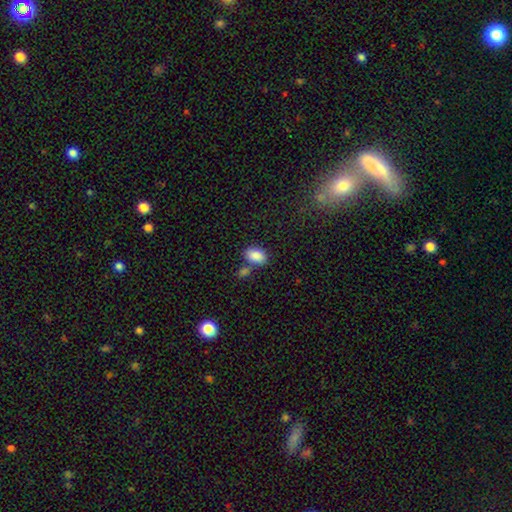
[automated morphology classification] A smooth galaxy with no disk features (88%) that is in between round and cigar-shaped (89%). Merging: none (62%).